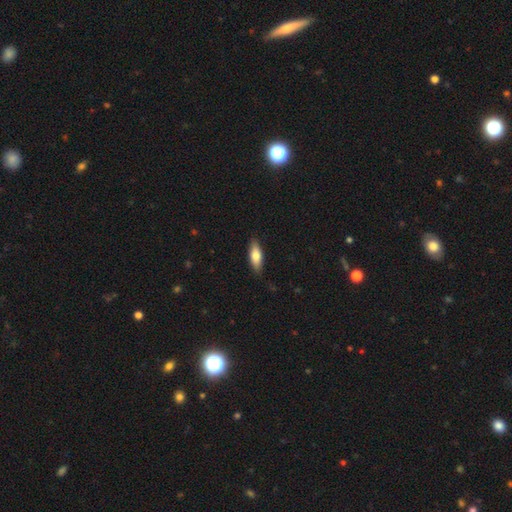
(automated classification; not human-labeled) Smooth or featured: smooth — 71% (featured or disk — 23%)
How rounded: in between — 63% (cigar-shaped — 35%)
Merging: none — 86% (minor disturbance — 11%)